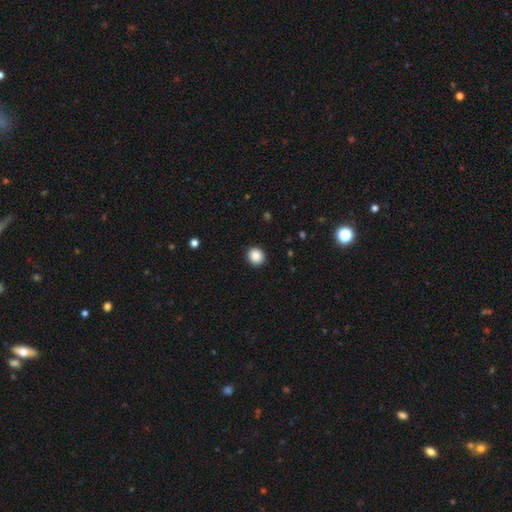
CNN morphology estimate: A smooth galaxy with no disk features (88%) that is round (84%).

Vote fractions:
- Smooth or featured? smooth: 88% / star or artifact: 9% / featured or disk: 3%
- How rounded? round: 84% / in between: 16% / cigar-shaped: 1%
- Merging? none: 92% / minor disturbance: 5% / major disturbance: 2% / merger: 1%